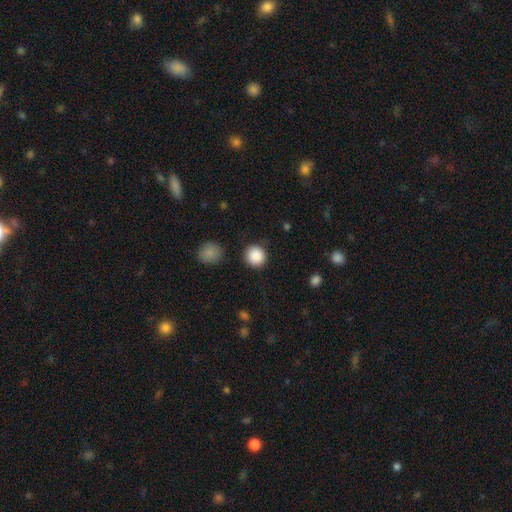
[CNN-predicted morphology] This is clearly a smooth galaxy (88%). How rounded: clearly round (94%). Merging: clearly none (89%).